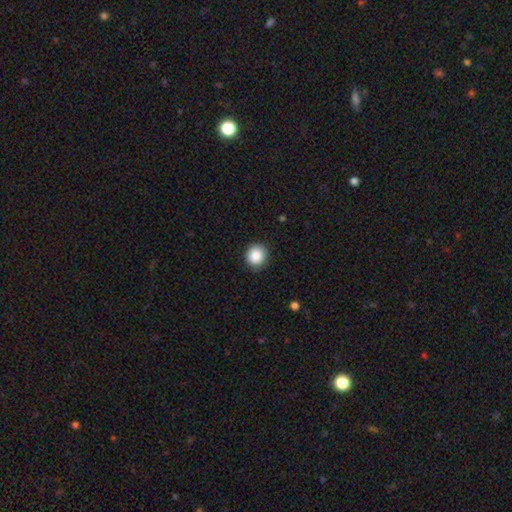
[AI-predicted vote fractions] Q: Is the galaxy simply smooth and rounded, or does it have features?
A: smooth — 88%.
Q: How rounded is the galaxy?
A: round — 90%.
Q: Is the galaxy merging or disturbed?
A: none — 88%.